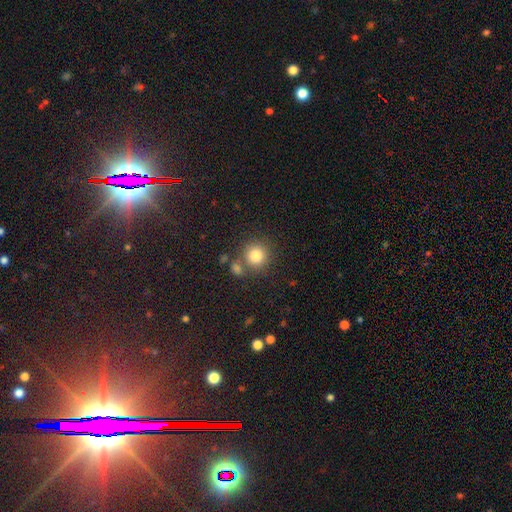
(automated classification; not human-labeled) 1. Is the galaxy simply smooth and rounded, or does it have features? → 81% smooth, 11% star or artifact, 7% featured or disk.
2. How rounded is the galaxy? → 92% round, 7% in between, 1% cigar-shaped.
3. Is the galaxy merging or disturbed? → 73% none, 14% merger, 9% minor disturbance, 4% major disturbance.